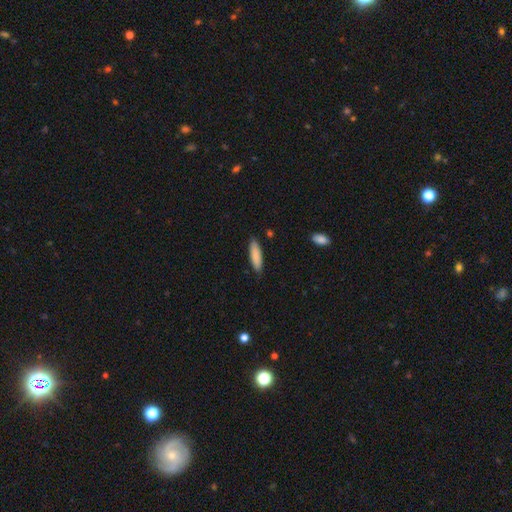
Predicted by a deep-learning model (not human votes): The model was most divided on "how rounded": cigar-shaped: 64%, in between: 35%, round: 1%. More confident: smooth or featured — smooth (87%); merging — none (86%).